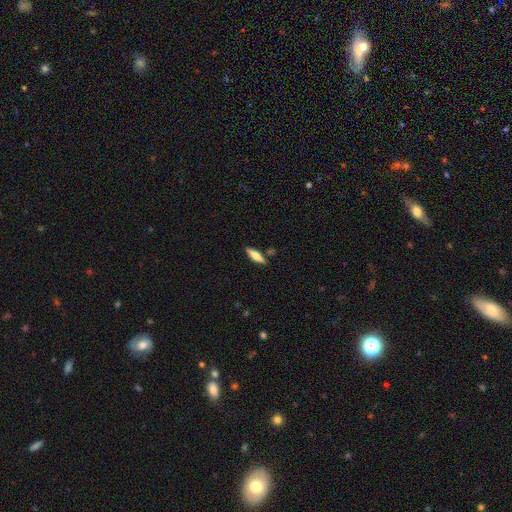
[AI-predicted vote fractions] Morphology: type=smooth (62%); roundness=cigar-shaped (64%); merging=none (84%).